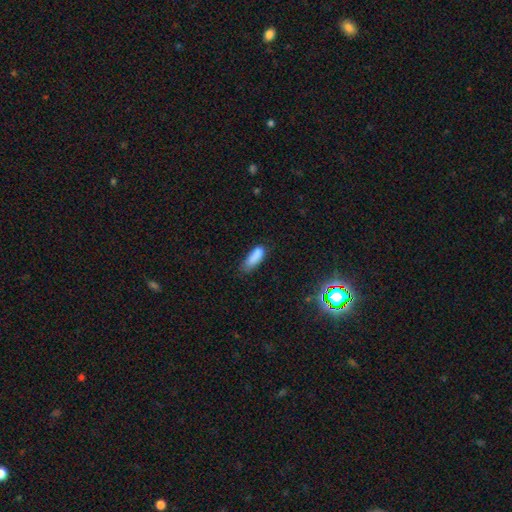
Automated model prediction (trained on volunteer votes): A smooth galaxy with no disk features (84%) that is in between round and cigar-shaped (65%). Merging: none (47%).